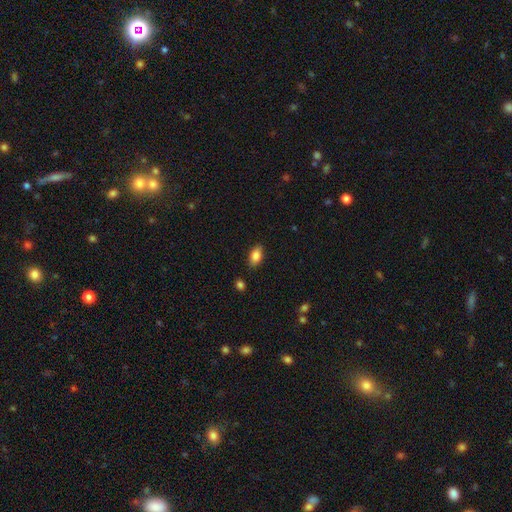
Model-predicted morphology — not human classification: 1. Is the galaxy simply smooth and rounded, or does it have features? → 84% smooth, 8% featured or disk, 8% star or artifact.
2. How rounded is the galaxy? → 90% in between, 6% round, 4% cigar-shaped.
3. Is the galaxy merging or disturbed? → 87% none, 10% minor disturbance, 2% major disturbance, 2% merger.